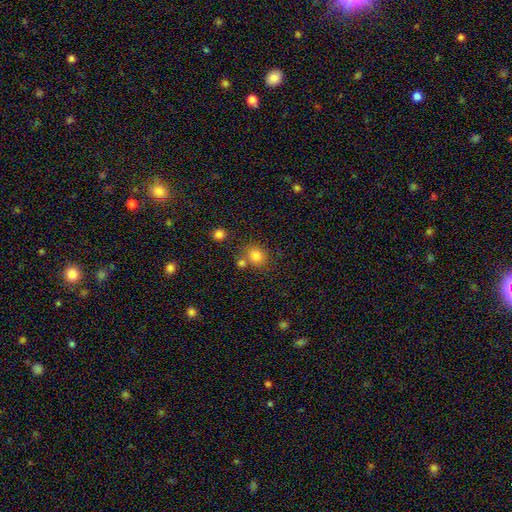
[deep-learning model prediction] This appears to be a smooth galaxy with no disk features (81%) that is round (78%). Merging: none (64%).